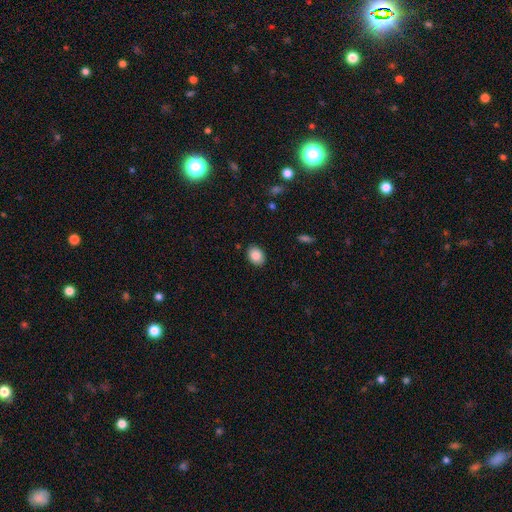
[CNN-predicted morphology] smooth-or-featured: smooth: 84% | star or artifact: 8% | featured or disk: 8%
  how-rounded: in between: 69% | round: 30% | cigar-shaped: 1%
  merging: none: 89% | minor disturbance: 8% | major disturbance: 2% | merger: 1%